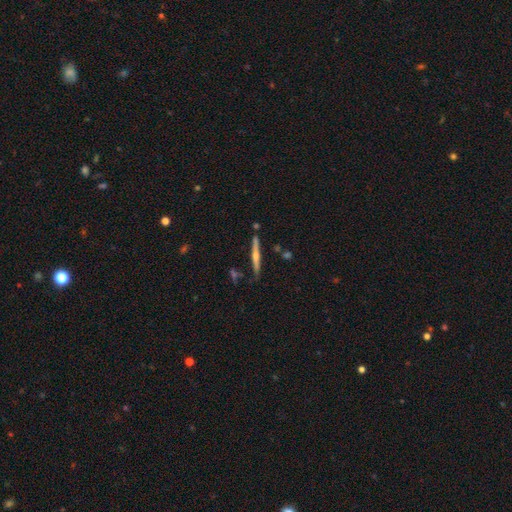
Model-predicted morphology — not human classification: This is likely a featured or disk galaxy (70%). It is clearly viewed edge-on (97%). Edge-on bulge: clearly rounded (87%). Merging: clearly none (82%).